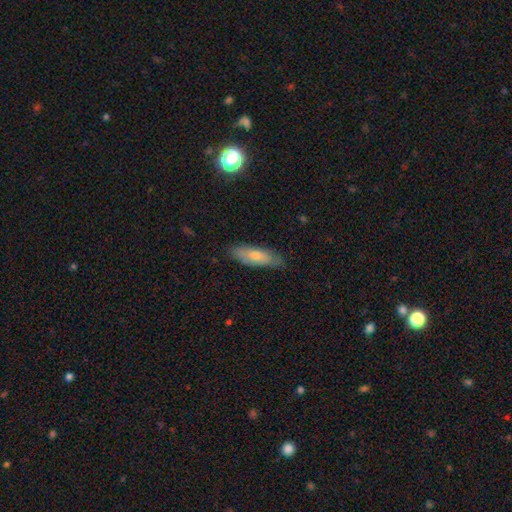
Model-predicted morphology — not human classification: A smooth galaxy with no disk features (60%) that is in between round and cigar-shaped (53%).

Vote fractions:
- Smooth or featured? smooth: 60% / featured or disk: 32% / star or artifact: 8%
- How rounded? in between: 53% / cigar-shaped: 44% / round: 3%
- Merging? none: 80% / minor disturbance: 16% / major disturbance: 3% / merger: 1%